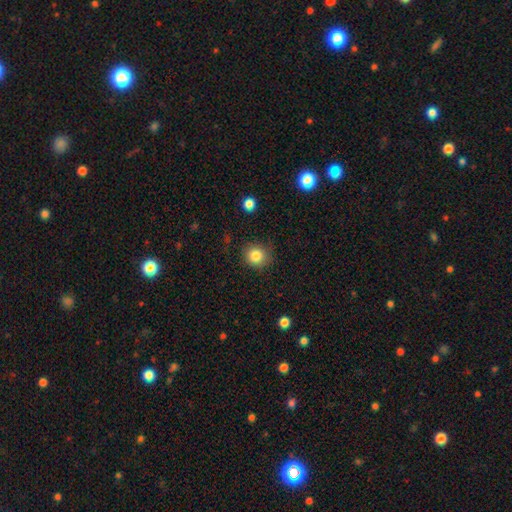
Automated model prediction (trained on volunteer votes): Overall: smooth (84%). How rounded: round (88%). Merging: none (83%).